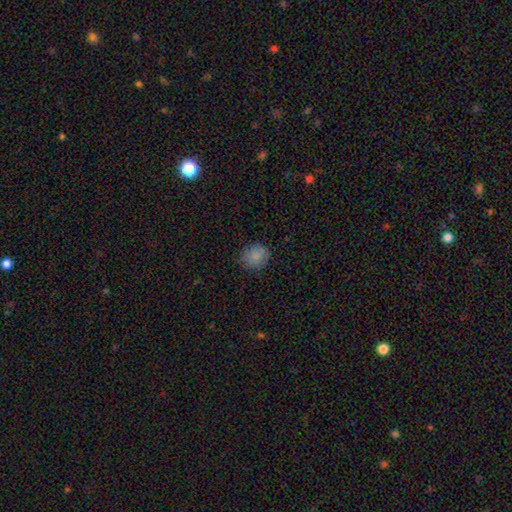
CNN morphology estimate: A smooth galaxy with no disk features (85%) that is round (75%). Merging: none (83%).